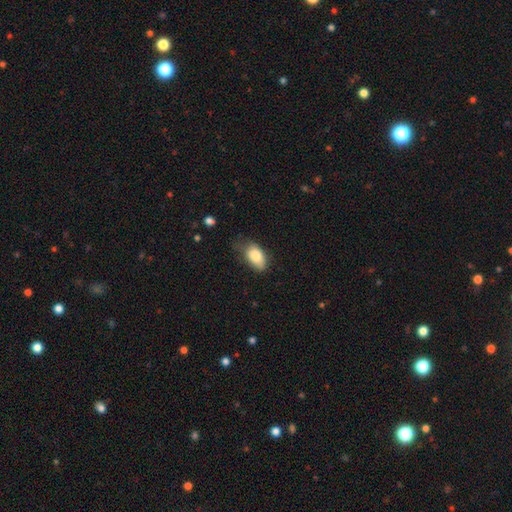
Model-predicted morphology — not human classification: Q: Smooth or featured?
A: smooth (83%); runner-up: featured or disk (10%)
Q: How rounded?
A: in between (91%); runner-up: round (6%)
Q: Merging?
A: none (48%); runner-up: minor disturbance (38%)